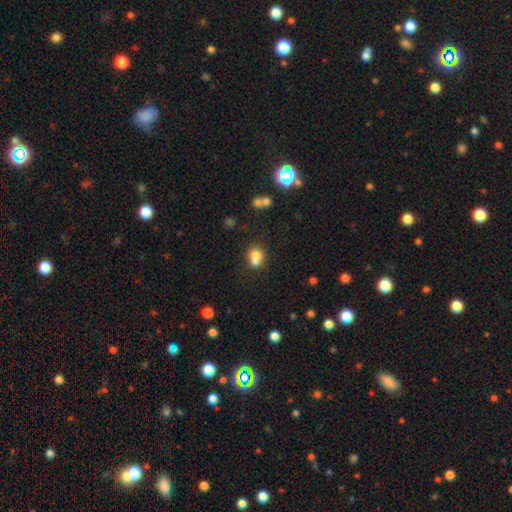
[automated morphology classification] Smooth or featured? Predicted: smooth (p=0.71). How rounded? Predicted: round (p=0.67). Merging? Predicted: merger (p=0.57).